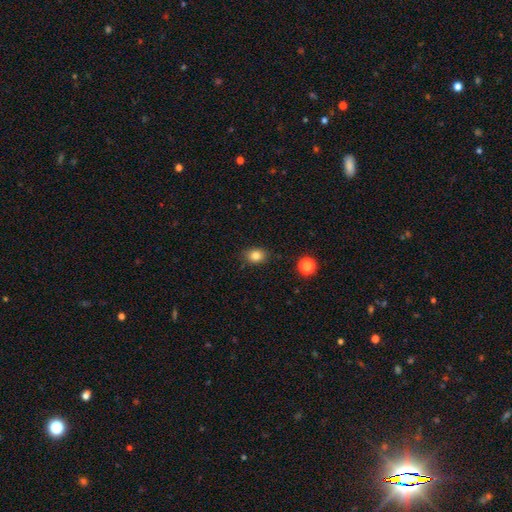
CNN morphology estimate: Smooth or featured? Predicted: smooth (p=0.83). How rounded? Predicted: in between (p=0.63). Merging? Predicted: none (p=0.84).